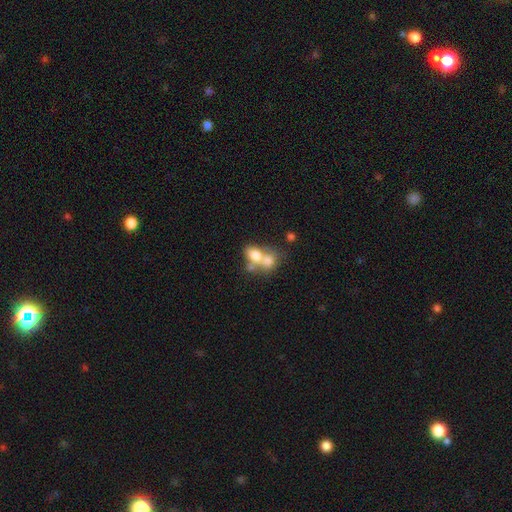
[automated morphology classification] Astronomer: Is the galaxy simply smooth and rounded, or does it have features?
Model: smooth — 68%.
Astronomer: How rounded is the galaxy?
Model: in between — 67%.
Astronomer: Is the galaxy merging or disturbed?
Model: merger — 68%.